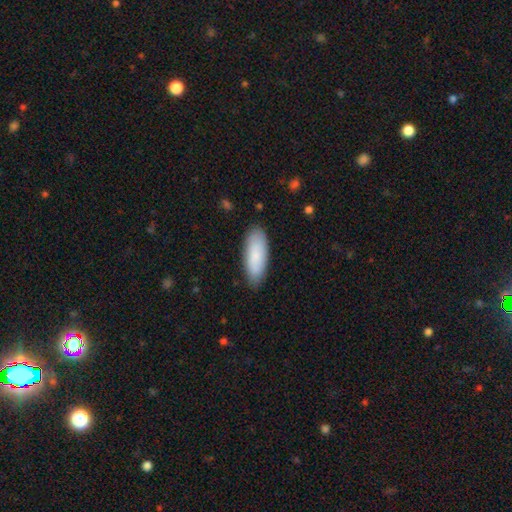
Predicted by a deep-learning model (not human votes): smooth_or_featured: smooth (p=0.84) [alt: featured or disk p=0.10]
how_rounded: in between (p=0.70) [alt: cigar-shaped p=0.28]
merging: none (p=0.85) [alt: minor disturbance p=0.12]